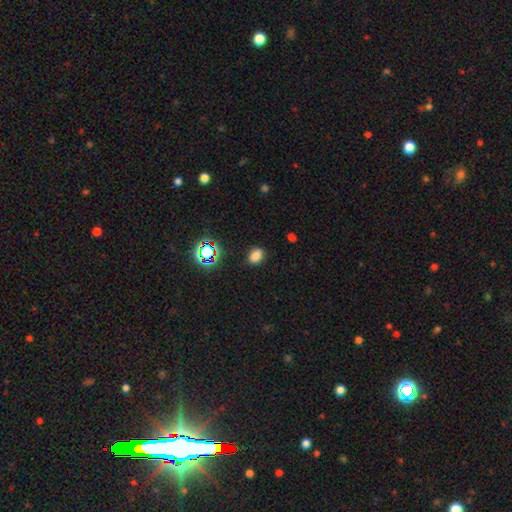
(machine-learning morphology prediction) smooth_or_featured: smooth (p=0.75) [alt: star or artifact p=0.20]
how_rounded: in between (p=0.72) [alt: round p=0.26]
merging: none (p=0.85) [alt: minor disturbance p=0.10]